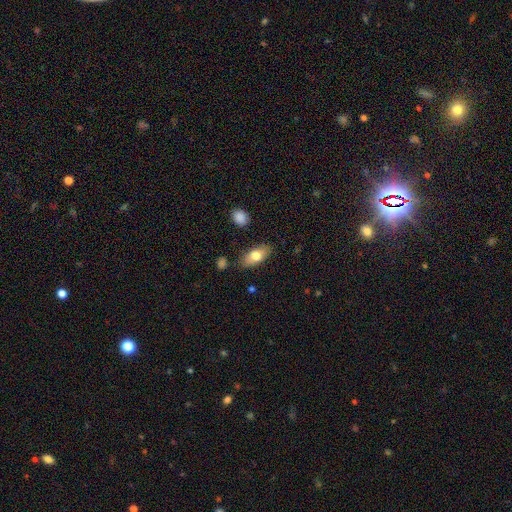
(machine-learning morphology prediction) The model was most divided on "smooth or featured": smooth: 74%, featured or disk: 19%, star or artifact: 7%. More confident: how rounded — in between (87%); merging — none (84%).